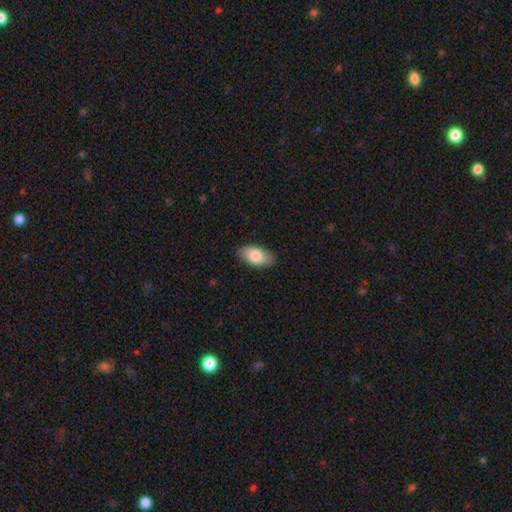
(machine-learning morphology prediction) smooth 80%, featured or disk 14%, star or artifact 6%. Down the decision tree: how rounded — in between (93%); merging — none (87%).